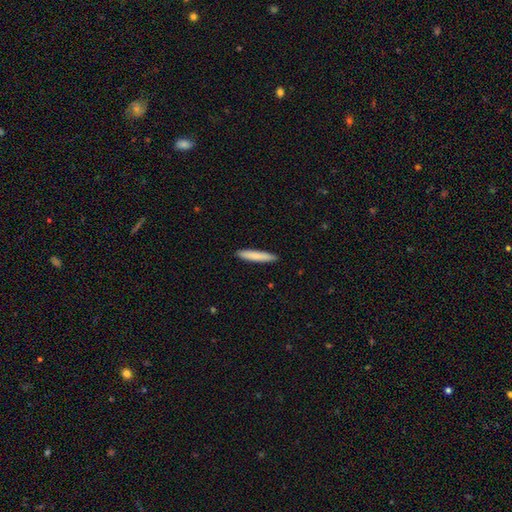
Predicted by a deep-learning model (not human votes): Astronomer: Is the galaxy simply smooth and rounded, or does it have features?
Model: smooth — 83%.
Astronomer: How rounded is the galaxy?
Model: cigar-shaped — 92%.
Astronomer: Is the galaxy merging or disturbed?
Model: none — 91%.